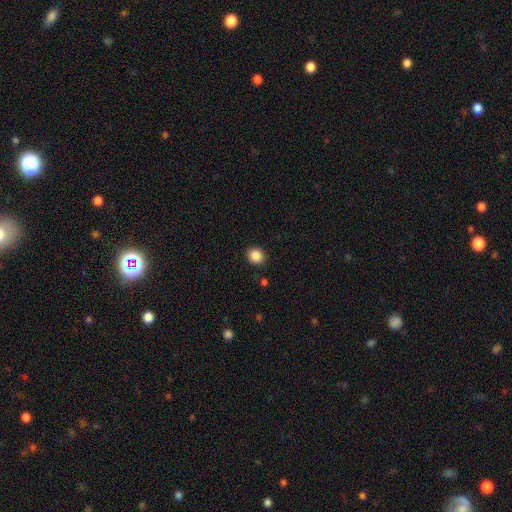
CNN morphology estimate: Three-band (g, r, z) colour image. It shows a smooth galaxy with no disk features (88%) that is round (75%). Merging: none (90%).